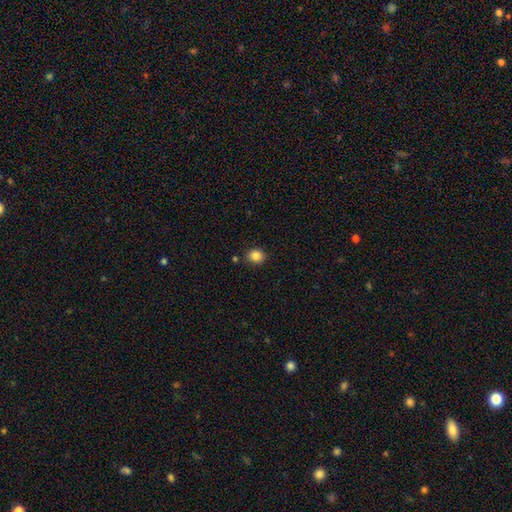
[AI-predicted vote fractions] Smooth or featured: smooth — 85% (star or artifact — 11%)
How rounded: round — 72% (in between — 27%)
Merging: none — 85% (minor disturbance — 9%)